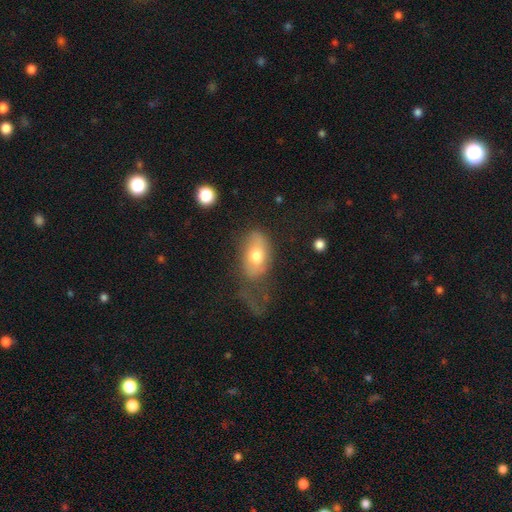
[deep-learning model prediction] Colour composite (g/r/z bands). It shows a smooth galaxy with no disk features (67%) that is in between round and cigar-shaped (88%). Merging: none (40%).